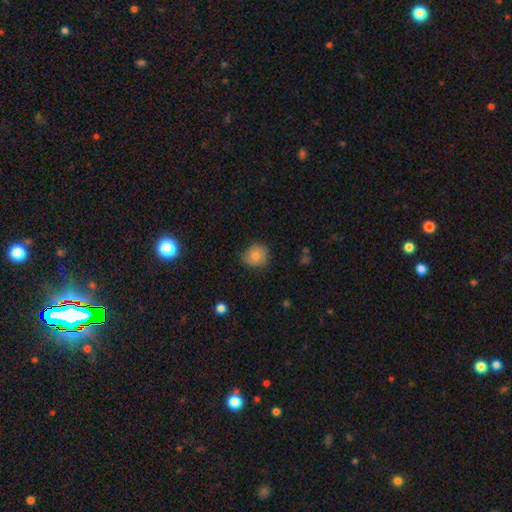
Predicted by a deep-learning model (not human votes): Smooth or featured? Predicted: smooth (p=0.81). How rounded? Predicted: round (p=0.82). Merging? Predicted: none (p=0.73).